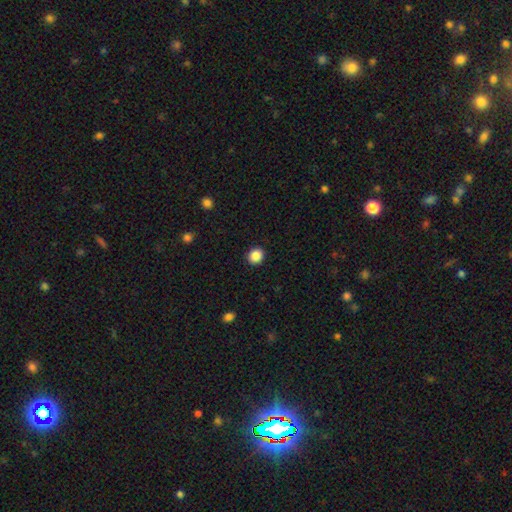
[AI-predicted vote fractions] smooth-or-featured: smooth: 88% | star or artifact: 9% | featured or disk: 3%
  how-rounded: round: 80% | in between: 19% | cigar-shaped: 1%
  merging: none: 92% | minor disturbance: 6% | major disturbance: 2% | merger: 1%